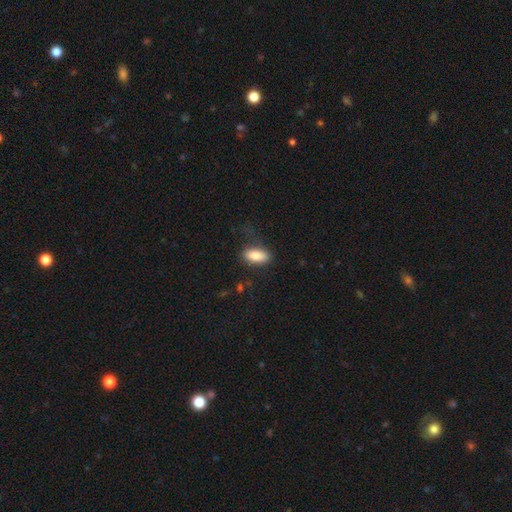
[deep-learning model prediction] A smooth galaxy with no disk features (83%) that is in between round and cigar-shaped (88%).

Vote fractions:
- Smooth or featured? smooth: 83% / featured or disk: 10% / star or artifact: 7%
- How rounded? in between: 88% / cigar-shaped: 9% / round: 3%
- Merging? none: 67% / minor disturbance: 20% / major disturbance: 10% / merger: 2%